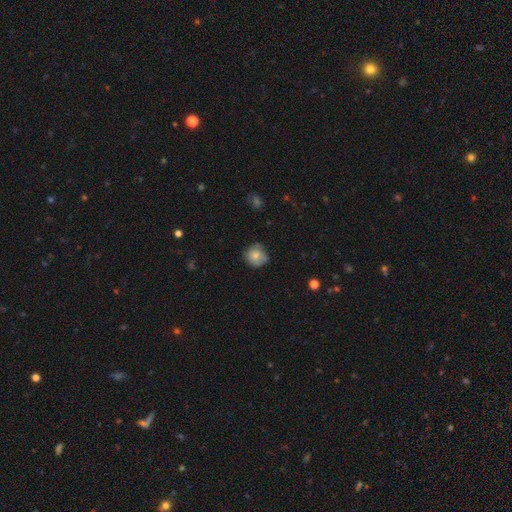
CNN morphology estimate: The model was most divided on "merging": none: 67%, minor disturbance: 26%, major disturbance: 6%, merger: 2%. More confident: how rounded — round (86%); smooth or featured — smooth (73%).